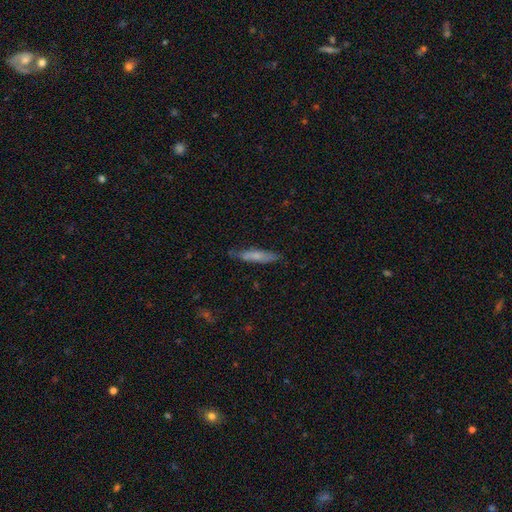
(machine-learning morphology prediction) Smooth or featured?
  - smooth: 65% *
  - featured or disk: 28%
  - star or artifact: 6%
How rounded?
  - cigar-shaped: 87% *
  - in between: 11%
  - round: 1%
Merging?
  - none: 80% *
  - minor disturbance: 16%
  - major disturbance: 3%
  - merger: 2%